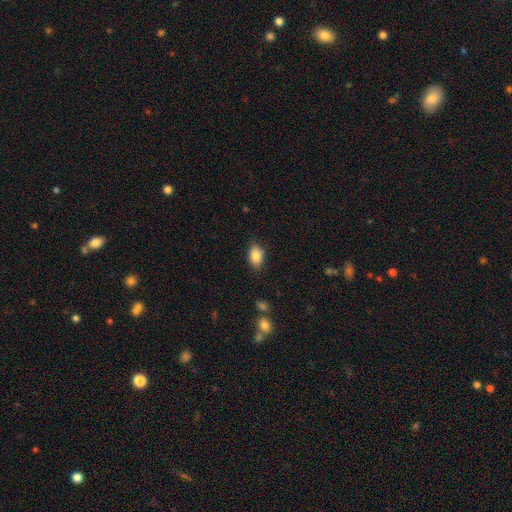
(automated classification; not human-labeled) Smooth or featured? smooth (85%)
How rounded? in between (87%)
Merging? none (83%)